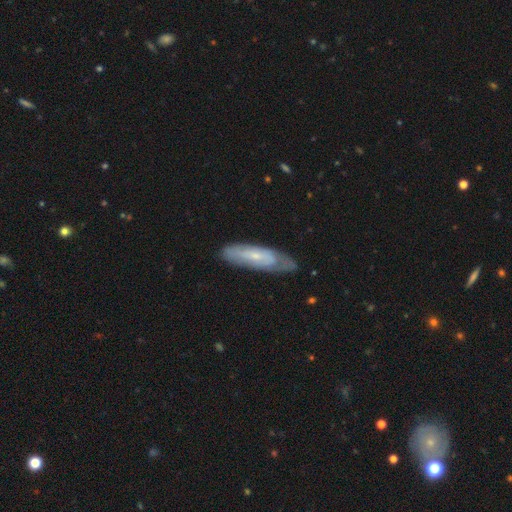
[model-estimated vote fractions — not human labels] This is possibly a featured or disk galaxy (52%). It is likely not viewed edge-on (66%). Merging: likely none (67%).